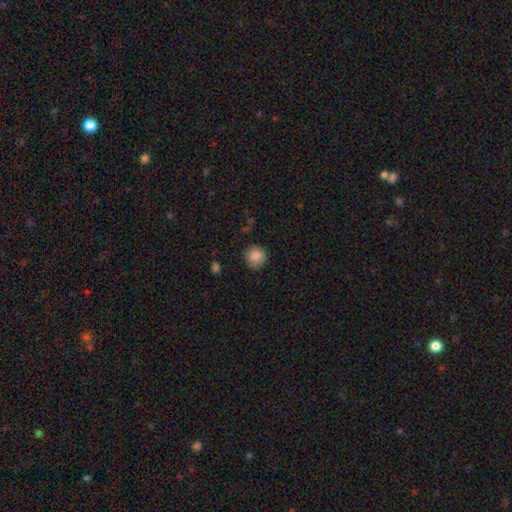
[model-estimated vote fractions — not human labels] Smooth or featured? Predicted: smooth (p=0.83). How rounded? Predicted: round (p=0.94). Merging? Predicted: none (p=0.89).